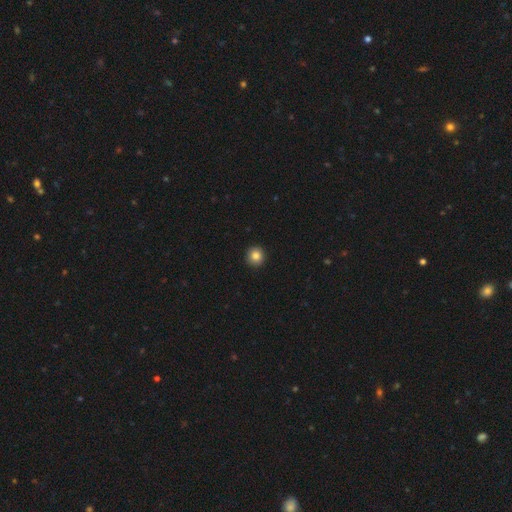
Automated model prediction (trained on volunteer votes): Smooth or featured? smooth (85%)
How rounded? round (94%)
Merging? none (93%)